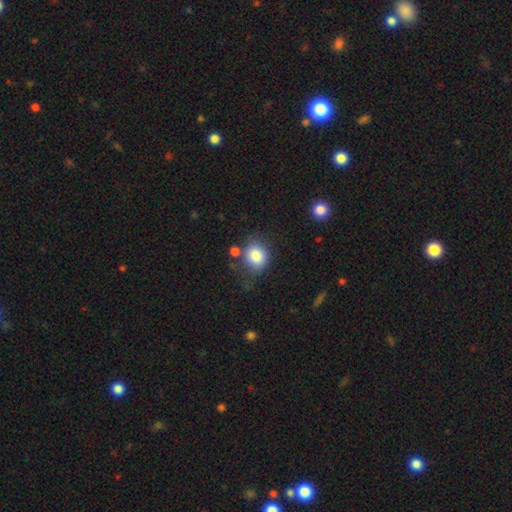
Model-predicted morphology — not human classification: A smooth galaxy with no disk features (83%) that is round (68%).

Vote fractions:
- Smooth or featured? smooth: 83% / star or artifact: 9% / featured or disk: 8%
- How rounded? round: 68% / in between: 31% / cigar-shaped: 1%
- Merging? none: 62% / minor disturbance: 20% / merger: 10% / major disturbance: 8%